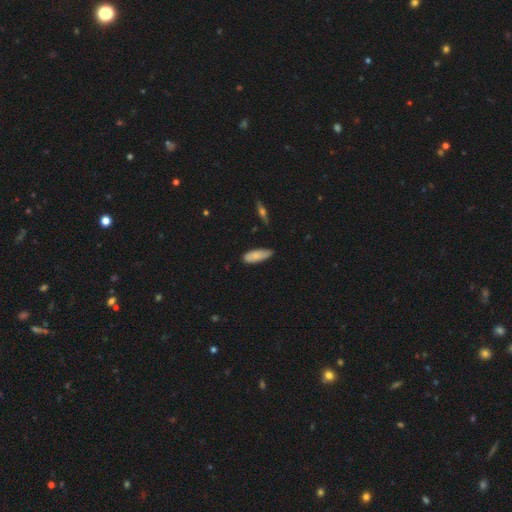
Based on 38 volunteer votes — smooth-or-featured: smooth: 66% | featured or disk: 29% | star or artifact: 5%
  how-rounded: in between: 68% | cigar-shaped: 32% | round: 0%
  merging: none: 56% | minor disturbance: 39% | major disturbance: 6% | merger: 0%